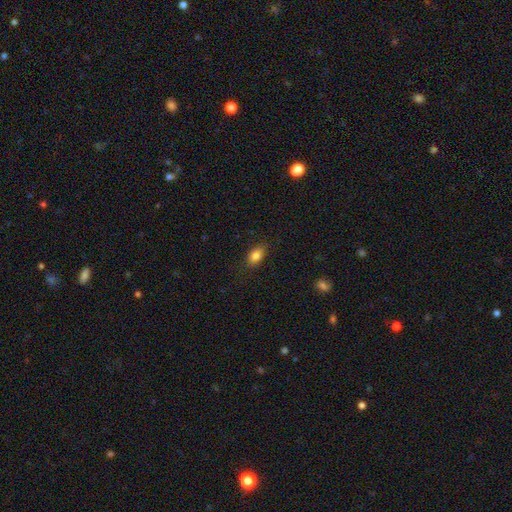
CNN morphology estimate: Overall: smooth (84%). How rounded: in between (85%). Merging: none (84%).